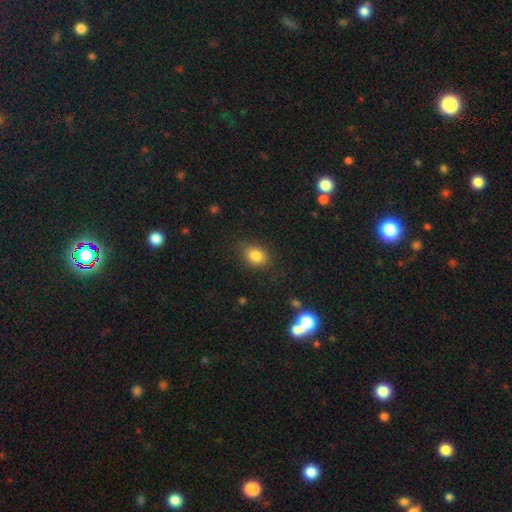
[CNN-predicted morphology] Smooth or featured? smooth (84%)
How rounded? in between (61%)
Merging? none (80%)